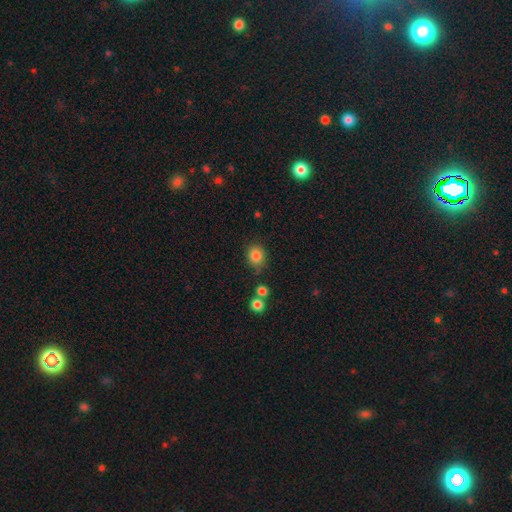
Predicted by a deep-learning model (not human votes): Overall: smooth (83%). How rounded: round (70%; in between 30%). Merging: none (75%).